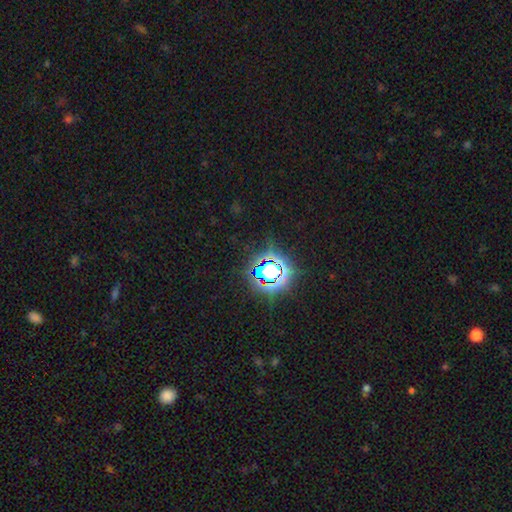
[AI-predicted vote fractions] Smooth or featured?
  - star or artifact: 77% *
  - smooth: 15%
  - featured or disk: 7%